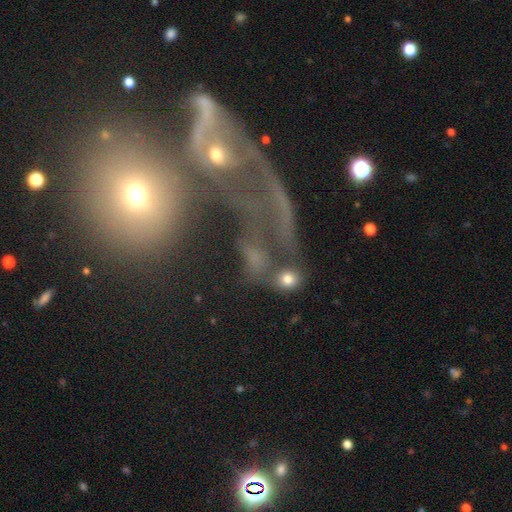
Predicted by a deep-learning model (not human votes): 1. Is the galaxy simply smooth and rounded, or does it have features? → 43% featured or disk, 37% smooth, 20% star or artifact.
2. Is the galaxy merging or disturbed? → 40% merger, 30% none, 19% major disturbance, 12% minor disturbance.